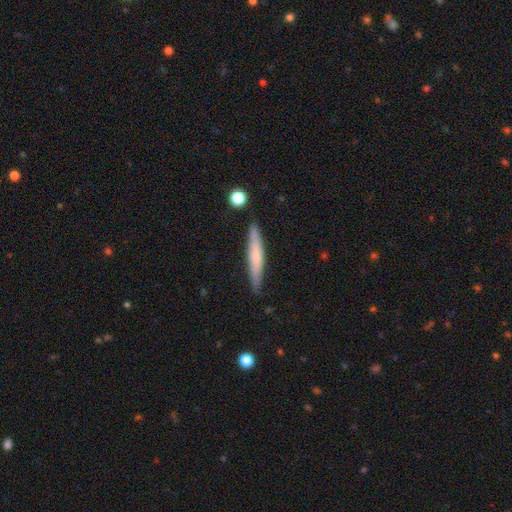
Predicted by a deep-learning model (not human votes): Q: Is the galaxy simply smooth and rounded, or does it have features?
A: smooth — 56%.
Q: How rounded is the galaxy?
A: cigar-shaped — 93%.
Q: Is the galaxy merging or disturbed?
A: none — 85%.